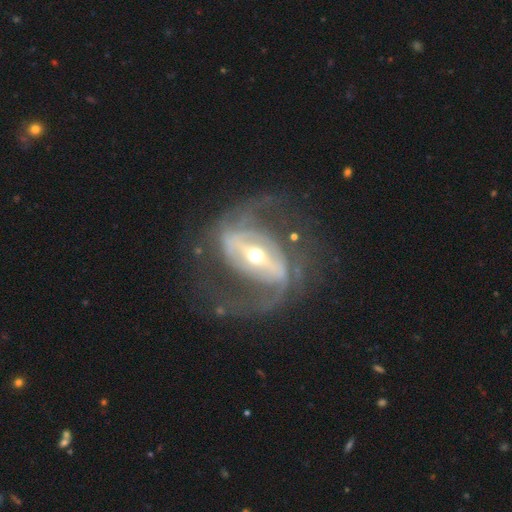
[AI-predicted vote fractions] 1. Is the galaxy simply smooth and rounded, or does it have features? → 89% featured or disk, 6% star or artifact, 5% smooth.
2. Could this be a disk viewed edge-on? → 95% no, 5% yes.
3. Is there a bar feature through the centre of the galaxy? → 67% strong, 23% weak, 10% no.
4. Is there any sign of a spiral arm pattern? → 94% yes, 6% no.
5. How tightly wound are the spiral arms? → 49% medium, 32% loose, 19% tight.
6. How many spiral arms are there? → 83% 2, 6% can't tell, 4% 3, 3% 1, 2% 4, 2% more than 4.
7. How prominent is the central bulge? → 52% moderate, 41% small, 5% large, 1% dominant, 1% none.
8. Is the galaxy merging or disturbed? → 65% none, 18% major disturbance, 15% minor disturbance, 2% merger.